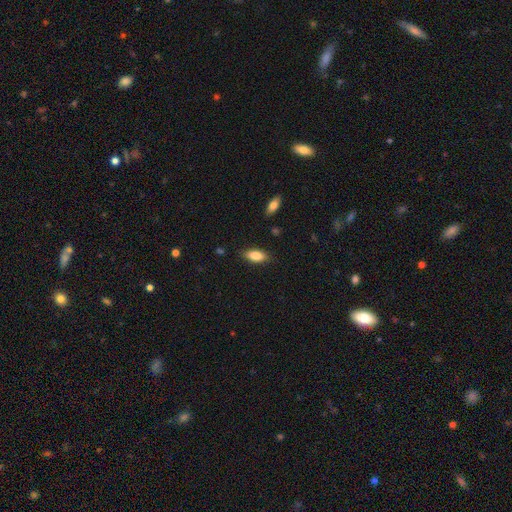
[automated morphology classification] smooth-or-featured: smooth: 82% | featured or disk: 11% | star or artifact: 7%
  how-rounded: in between: 82% | cigar-shaped: 15% | round: 2%
  merging: none: 85% | minor disturbance: 11% | major disturbance: 2% | merger: 1%